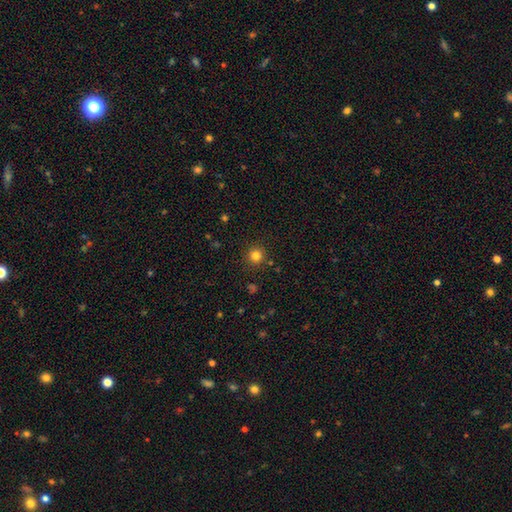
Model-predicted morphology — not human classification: type=smooth (81%); roundness=round (94%); merging=none (89%).